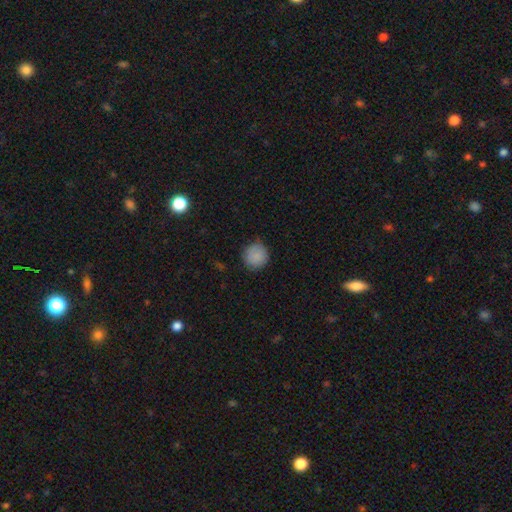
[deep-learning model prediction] A smooth galaxy with no disk features (87%) that is round (92%). Merging: none (81%).